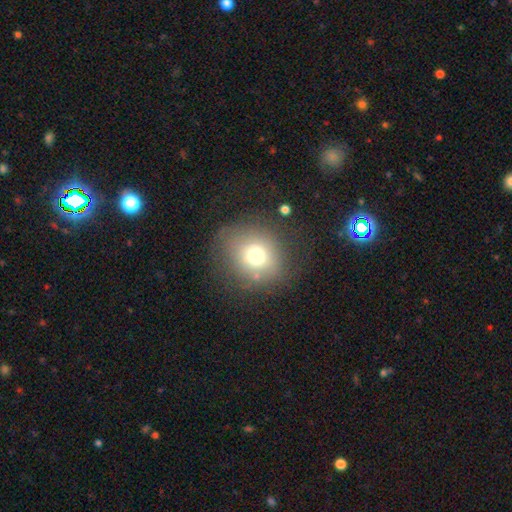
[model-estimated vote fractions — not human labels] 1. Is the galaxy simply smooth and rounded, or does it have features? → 69% smooth, 16% featured or disk, 15% star or artifact.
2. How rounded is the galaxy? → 80% round, 19% in between, 1% cigar-shaped.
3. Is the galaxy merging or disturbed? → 69% none, 17% minor disturbance, 11% major disturbance, 3% merger.